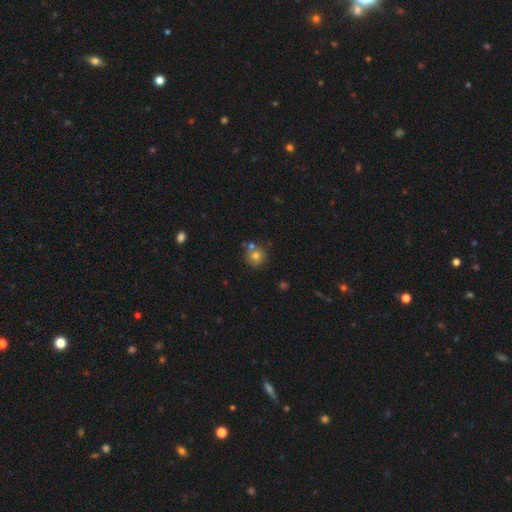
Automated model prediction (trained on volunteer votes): This appears to be a smooth galaxy with no disk features (75%) that is round (90%). Merging: none (64%).